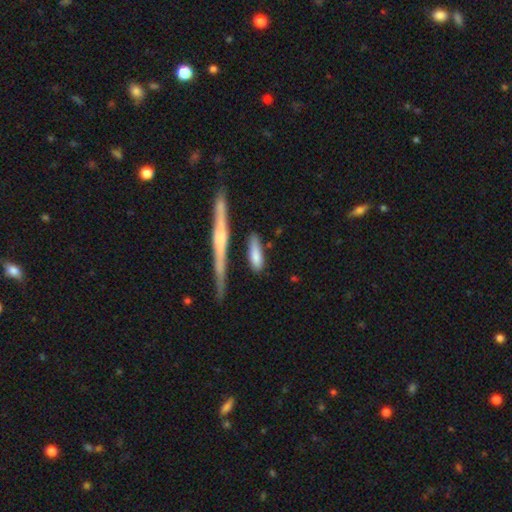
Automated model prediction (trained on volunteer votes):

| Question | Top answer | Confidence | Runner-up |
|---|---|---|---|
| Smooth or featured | smooth | 77% | featured or disk (17%) |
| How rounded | in between | 53% | cigar-shaped (43%) |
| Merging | none | 70% | minor disturbance (18%) |